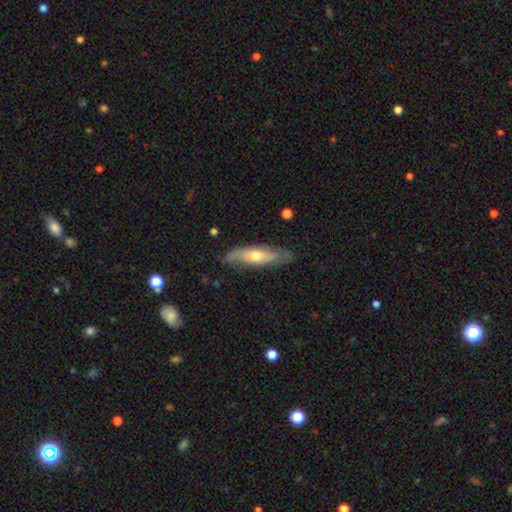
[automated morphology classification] Smooth or featured?
  - smooth: 50% *
  - featured or disk: 45%
  - star or artifact: 6%
Merging?
  - none: 75% *
  - minor disturbance: 19%
  - major disturbance: 4%
  - merger: 1%